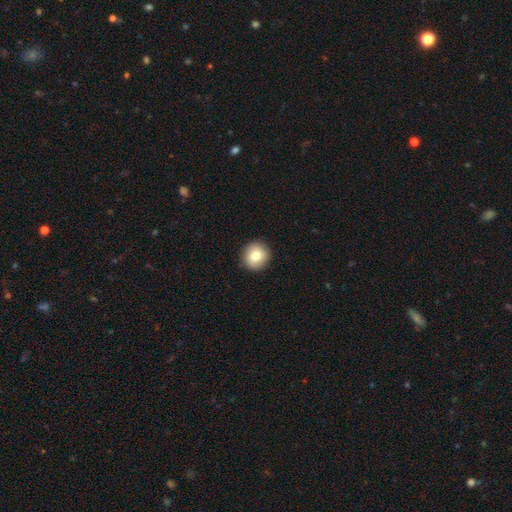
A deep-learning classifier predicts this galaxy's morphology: smooth 83%, featured or disk 9%, star or artifact 8%. Down the decision tree: how rounded — round (91%); merging — none (91%).